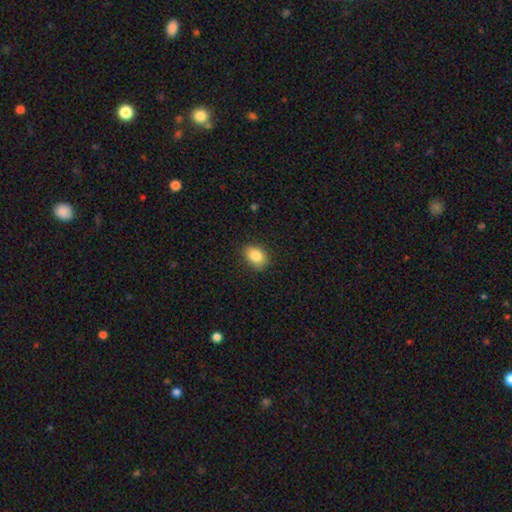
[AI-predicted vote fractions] This appears to be a smooth galaxy with no disk features (85%) that is in between round and cigar-shaped (75%). Merging: none (84%).